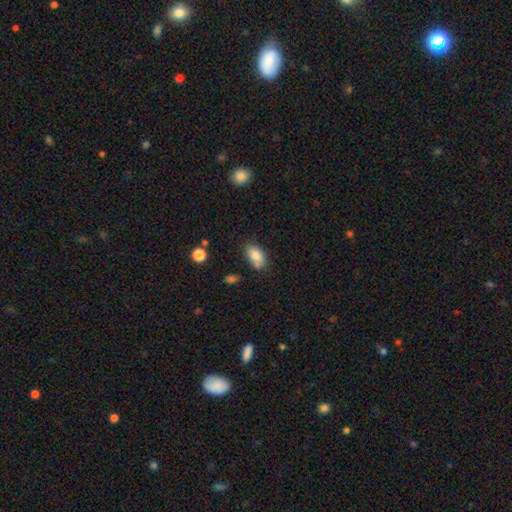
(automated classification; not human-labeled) smooth 83%, featured or disk 9%, star or artifact 8%. Down the decision tree: how rounded — in between (90%); merging — none (66%).